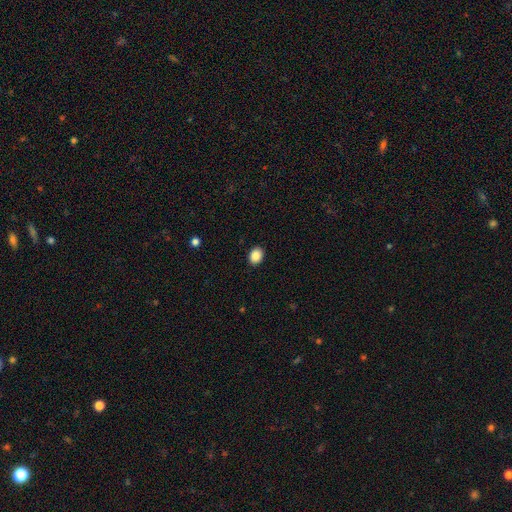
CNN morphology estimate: smooth-or-featured: smooth: 89% | star or artifact: 8% | featured or disk: 3%
  how-rounded: in between: 60% | round: 39% | cigar-shaped: 1%
  merging: none: 90% | minor disturbance: 7% | major disturbance: 2% | merger: 1%